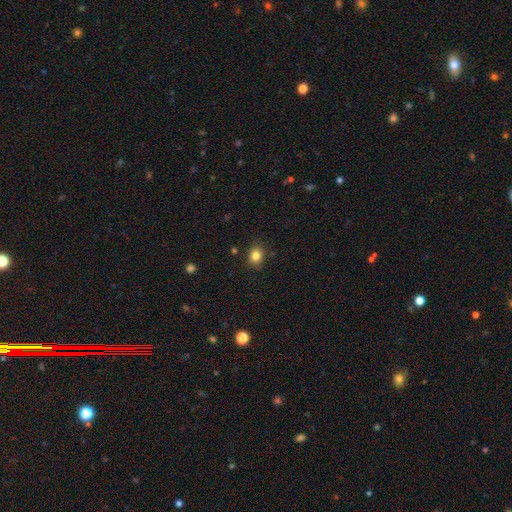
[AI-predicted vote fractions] smooth_or_featured: smooth (p=0.83) [alt: star or artifact p=0.11]
how_rounded: round (p=0.59) [alt: in between p=0.40]
merging: none (p=0.86) [alt: minor disturbance p=0.10]